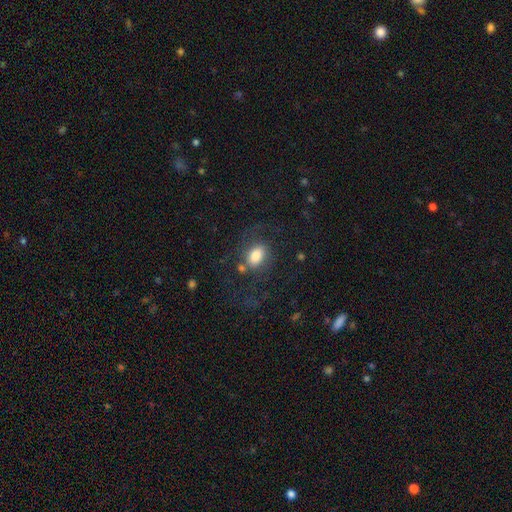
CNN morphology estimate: Q: Smooth or featured?
A: smooth (70%); runner-up: featured or disk (21%)
Q: How rounded?
A: in between (77%); runner-up: round (21%)
Q: Merging?
A: none (56%); runner-up: minor disturbance (19%)